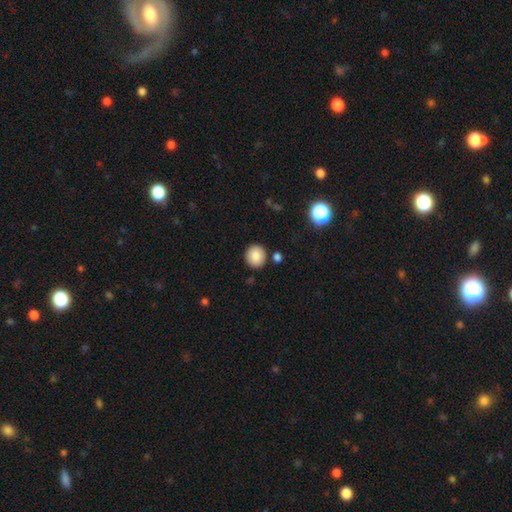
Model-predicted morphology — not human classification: Smooth or featured? Predicted: smooth (p=0.86). How rounded? Predicted: round (p=0.90). Merging? Predicted: none (p=0.87).